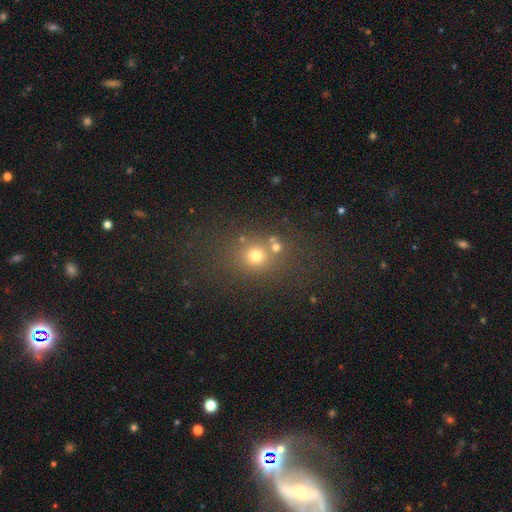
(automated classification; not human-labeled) Smooth or featured? Predicted: smooth (p=0.69). How rounded? Predicted: round (p=0.82). Merging? Predicted: none (p=0.68).